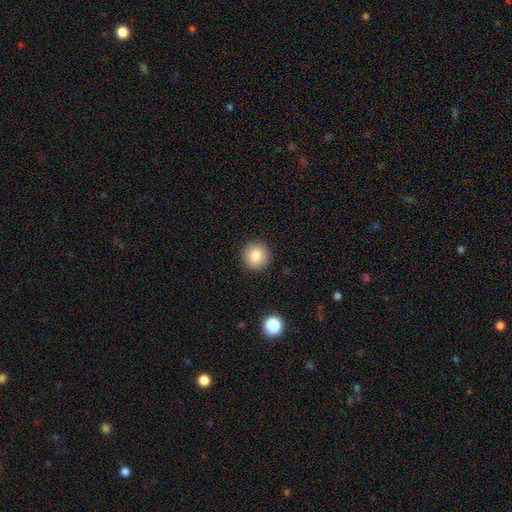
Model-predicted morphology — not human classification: Smooth or featured: smooth — 82% (star or artifact — 10%)
How rounded: round — 95% (in between — 4%)
Merging: none — 92% (minor disturbance — 5%)